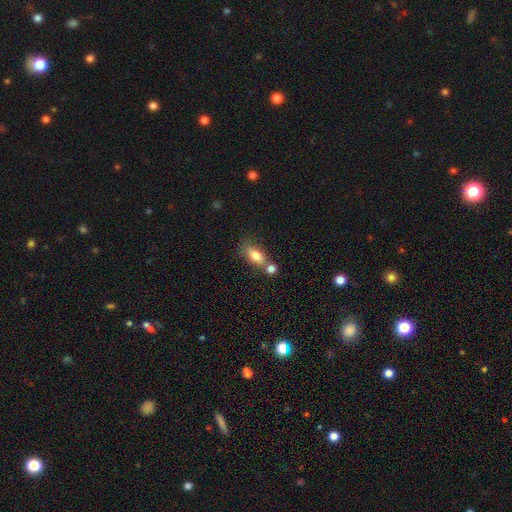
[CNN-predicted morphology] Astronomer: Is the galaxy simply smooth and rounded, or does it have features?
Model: smooth — 79%.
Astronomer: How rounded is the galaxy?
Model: in between — 81%.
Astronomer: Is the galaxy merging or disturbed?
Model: none — 43% (runner-up: merger, 37%).